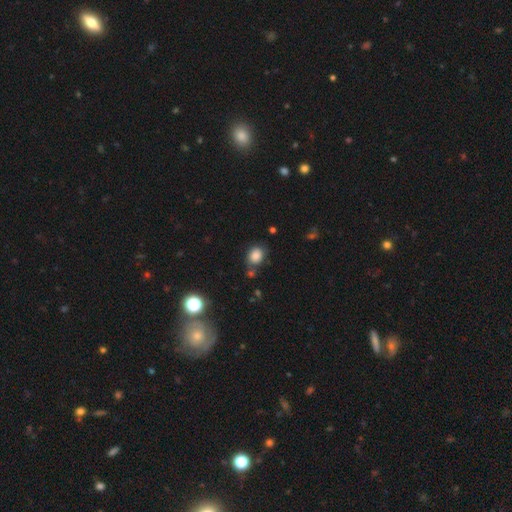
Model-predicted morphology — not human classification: type=smooth (84%); roundness=in between (53%); merging=none (68%).